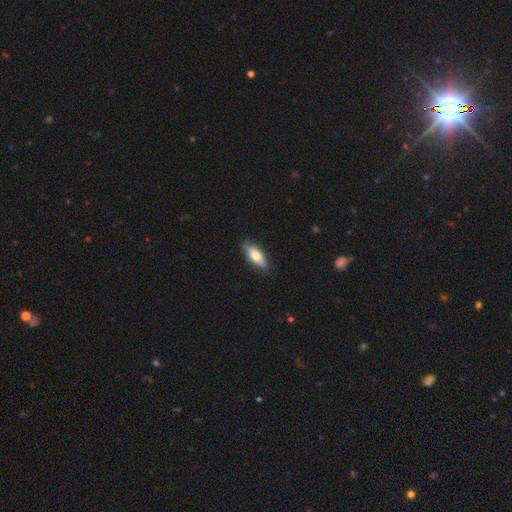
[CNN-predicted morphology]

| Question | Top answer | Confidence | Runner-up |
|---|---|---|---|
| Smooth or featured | smooth | 70% | featured or disk (24%) |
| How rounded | in between | 77% | cigar-shaped (21%) |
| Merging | none | 84% | minor disturbance (13%) |